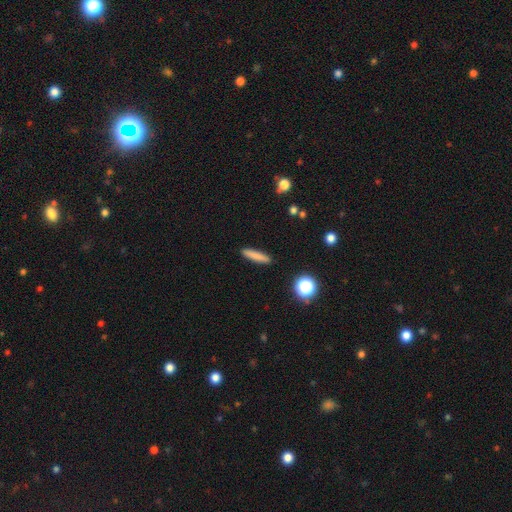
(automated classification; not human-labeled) A smooth galaxy with no disk features (81%) that is cigar-shaped (86%). Merging: none (90%).